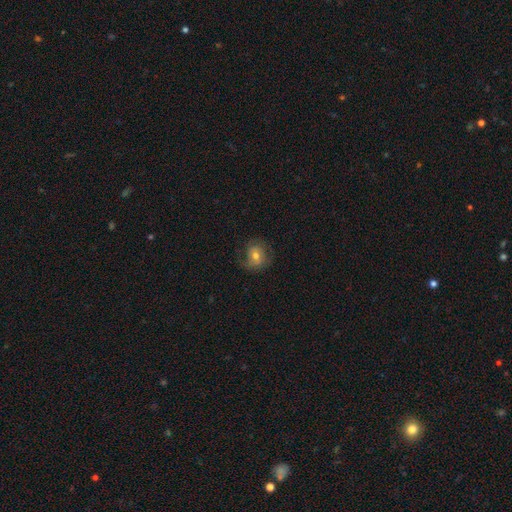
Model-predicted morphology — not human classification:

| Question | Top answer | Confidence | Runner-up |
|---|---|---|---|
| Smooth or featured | smooth | 53% | featured or disk (38%) |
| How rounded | round | 72% | in between (27%) |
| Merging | none | 65% | minor disturbance (20%) |